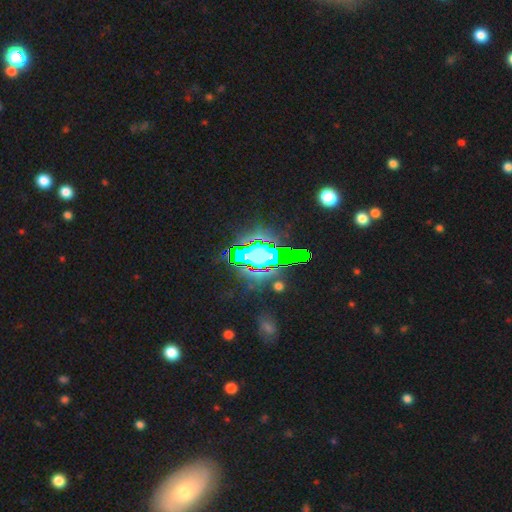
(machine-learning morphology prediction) Overall: star or artifact (74%).